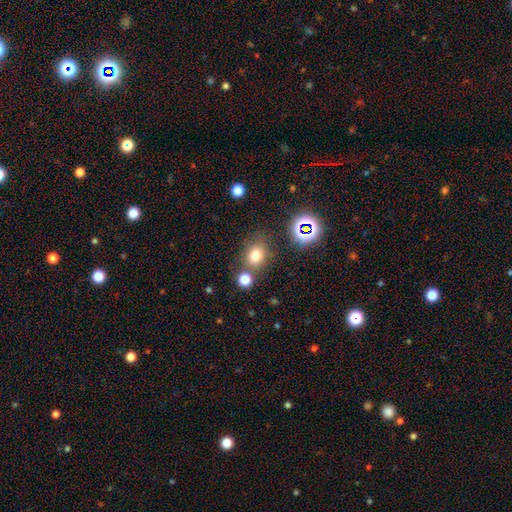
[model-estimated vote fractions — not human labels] A smooth galaxy with no disk features (72%) that is round (55%).

Vote fractions:
- Smooth or featured? smooth: 72% / star or artifact: 19% / featured or disk: 9%
- How rounded? round: 55% / in between: 44% / cigar-shaped: 1%
- Merging? none: 67% / merger: 15% / minor disturbance: 13% / major disturbance: 5%